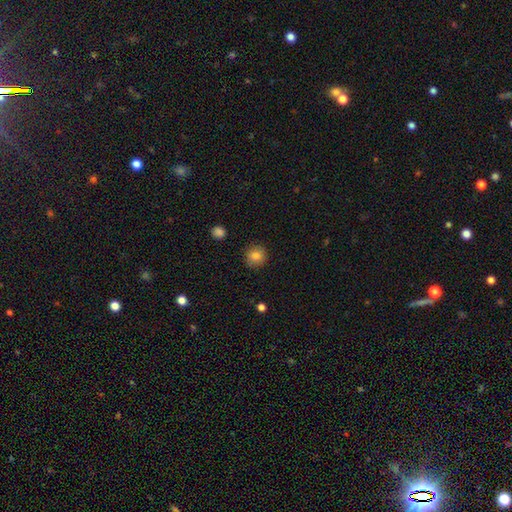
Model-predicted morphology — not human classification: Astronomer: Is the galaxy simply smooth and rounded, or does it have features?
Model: smooth — 84%.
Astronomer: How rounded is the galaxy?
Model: round — 92%.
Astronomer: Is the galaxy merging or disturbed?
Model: none — 89%.